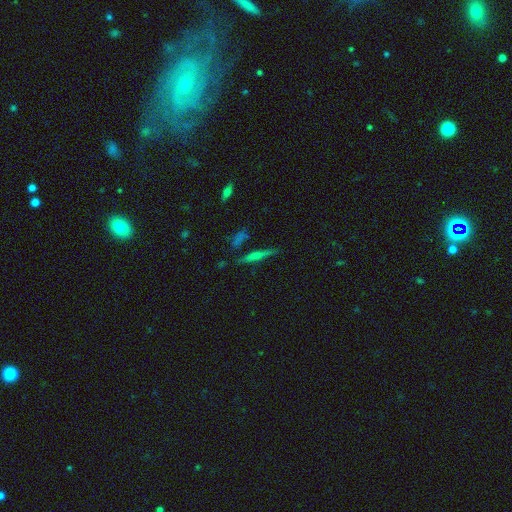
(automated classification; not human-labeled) A featured or disk galaxy (49%). Merging: none (82%).